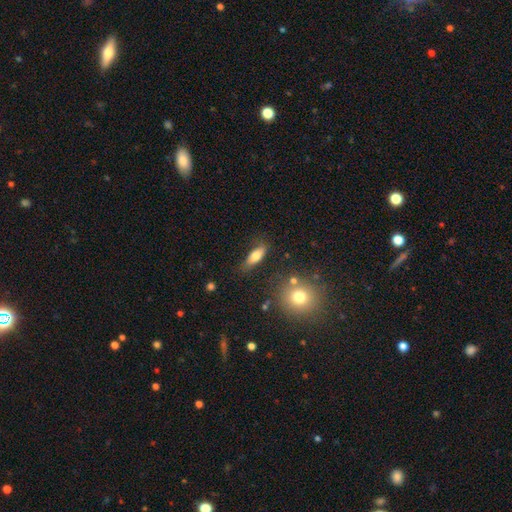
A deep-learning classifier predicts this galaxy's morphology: Smooth or featured? Predicted: smooth (p=0.73). How rounded? Predicted: in between (p=0.67). Merging? Predicted: none (p=0.71).